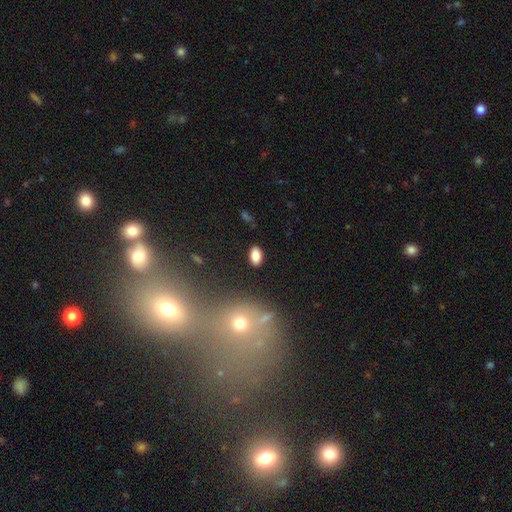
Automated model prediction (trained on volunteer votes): Overall: smooth (84%). How rounded: in between (92%). Merging: none (87%).